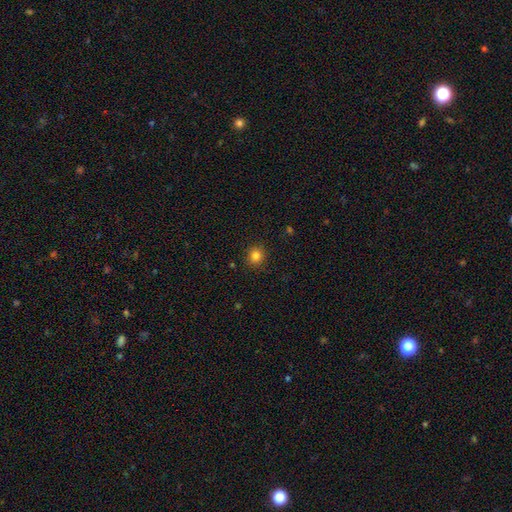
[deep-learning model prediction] Smooth or featured?
  - smooth: 83% *
  - star or artifact: 12%
  - featured or disk: 5%
How rounded?
  - round: 87% *
  - in between: 12%
  - cigar-shaped: 1%
Merging?
  - none: 90% *
  - minor disturbance: 7%
  - major disturbance: 2%
  - merger: 1%